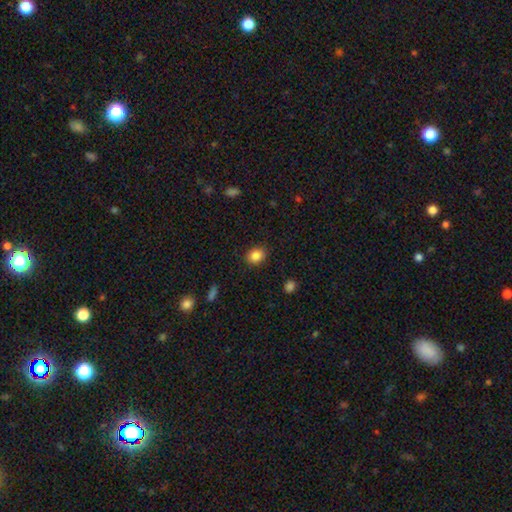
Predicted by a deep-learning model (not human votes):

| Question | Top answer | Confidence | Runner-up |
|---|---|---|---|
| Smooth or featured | smooth | 86% | star or artifact (9%) |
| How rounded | in between | 50% | round (49%) |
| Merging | none | 88% | minor disturbance (9%) |